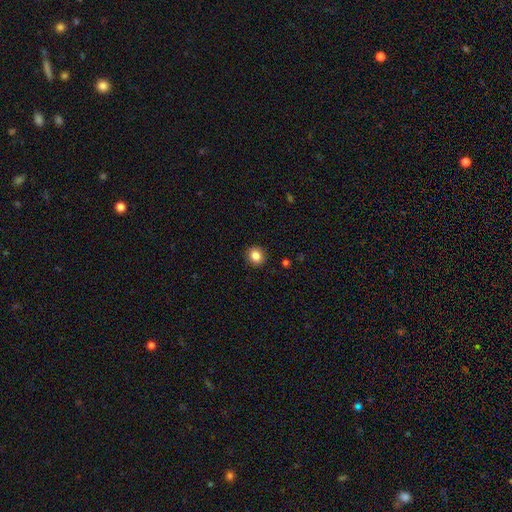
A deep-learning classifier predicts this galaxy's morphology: A smooth galaxy with no disk features (85%) that is round (84%).

Vote fractions:
- Smooth or featured? smooth: 85% / star or artifact: 10% / featured or disk: 5%
- How rounded? round: 84% / in between: 15% / cigar-shaped: 1%
- Merging? none: 91% / minor disturbance: 6% / major disturbance: 2% / merger: 1%